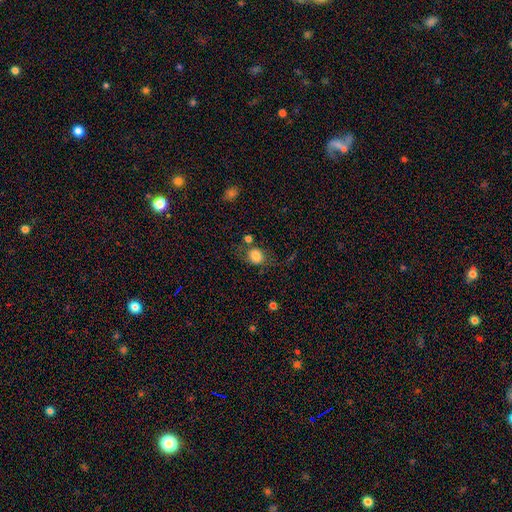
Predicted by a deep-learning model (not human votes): This is likely a smooth galaxy (79%). How rounded: likely round (63%). Merging: possibly none (58%).